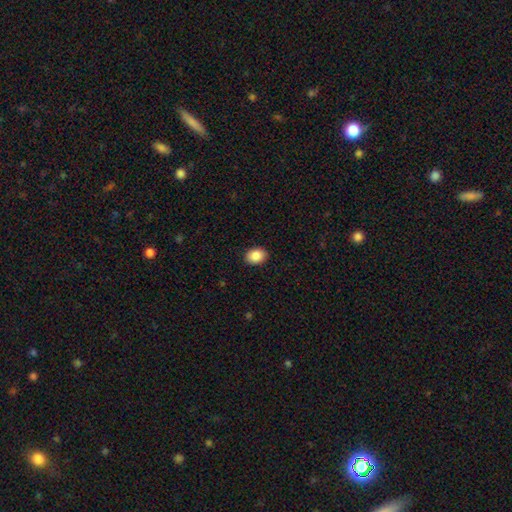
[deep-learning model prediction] This appears to be a smooth galaxy with no disk features (88%) that is in between round and cigar-shaped (67%). Merging: none (90%).